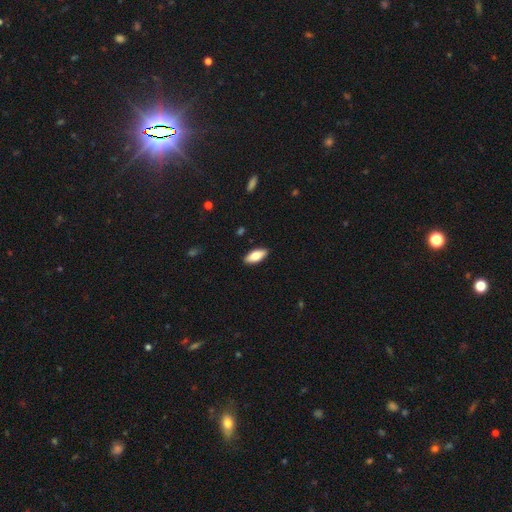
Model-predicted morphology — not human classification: type=smooth (74%); roundness=in between (82%); merging=none (89%).